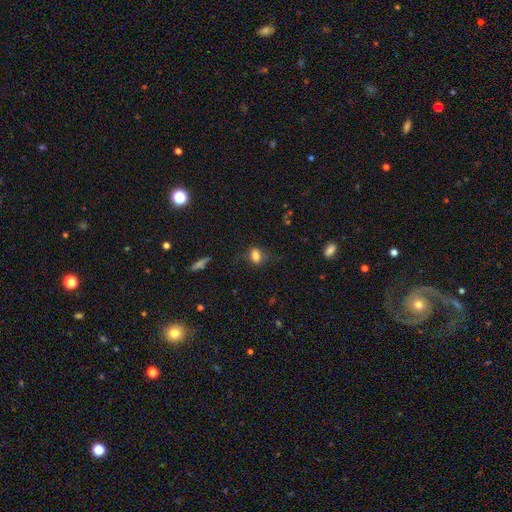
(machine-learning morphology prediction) smooth 79%, star or artifact 11%, featured or disk 11%. Down the decision tree: how rounded — in between (74%); merging — none (69%).